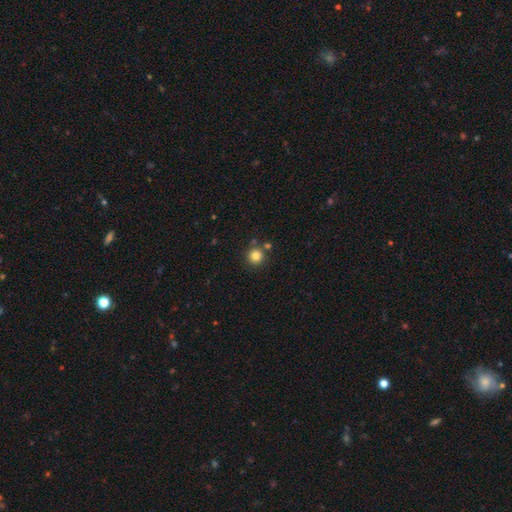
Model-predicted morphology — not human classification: smooth 82%, star or artifact 12%, featured or disk 6%. Down the decision tree: how rounded — round (94%); merging — none (81%).